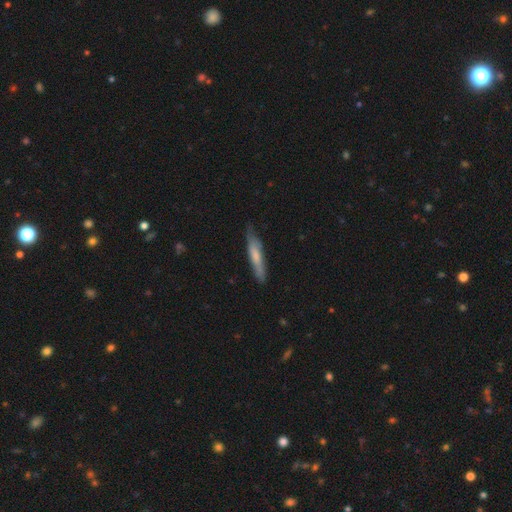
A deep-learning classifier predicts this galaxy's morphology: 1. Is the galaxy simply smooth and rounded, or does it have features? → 61% smooth, 34% featured or disk, 5% star or artifact.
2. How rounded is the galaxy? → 88% cigar-shaped, 10% in between, 1% round.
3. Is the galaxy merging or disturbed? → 75% none, 20% minor disturbance, 3% major disturbance, 1% merger.